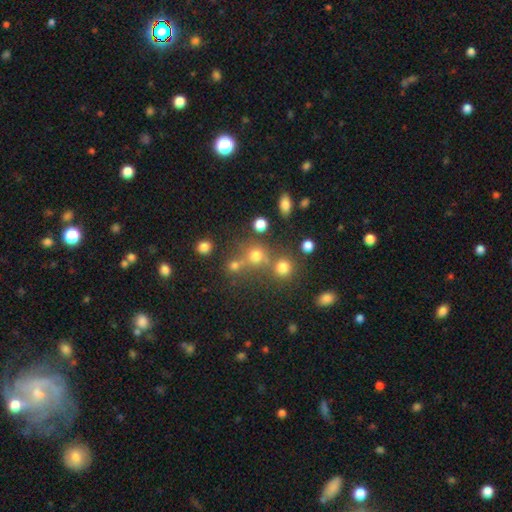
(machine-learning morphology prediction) Smooth or featured? smooth (72%)
How rounded? round (85%)
Merging? none (58%)